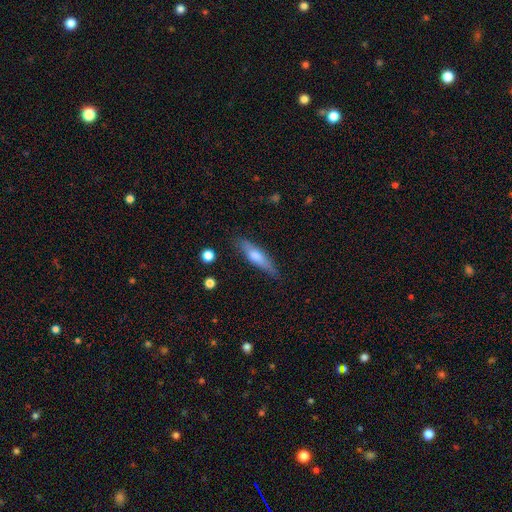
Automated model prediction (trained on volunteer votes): Q: Smooth or featured?
A: smooth (56%); runner-up: featured or disk (38%)
Q: How rounded?
A: cigar-shaped (72%); runner-up: in between (26%)
Q: Merging?
A: none (80%); runner-up: minor disturbance (16%)